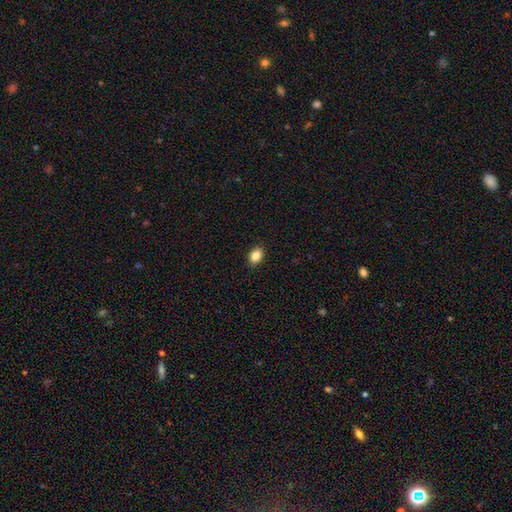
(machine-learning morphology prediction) Smooth or featured? Predicted: smooth (p=0.86). How rounded? Predicted: in between (p=0.72). Merging? Predicted: none (p=0.90).